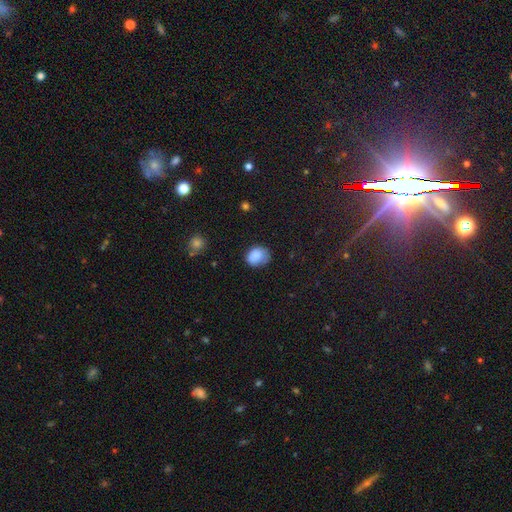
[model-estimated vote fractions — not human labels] Morphology: type=smooth (84%); roundness=in between (51%); merging=none (61%).